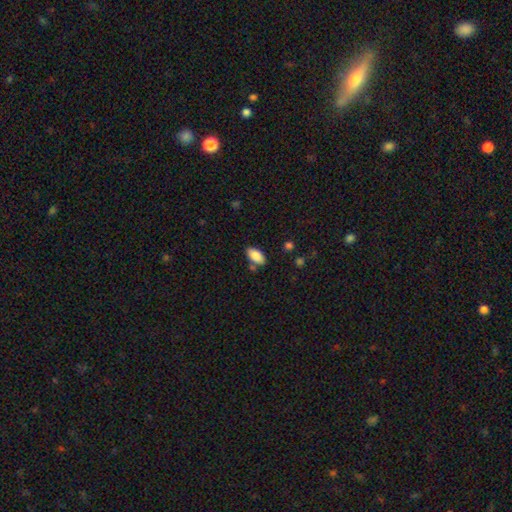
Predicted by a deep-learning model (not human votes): Overall: smooth (87%). How rounded: in between (93%). Merging: none (78%).